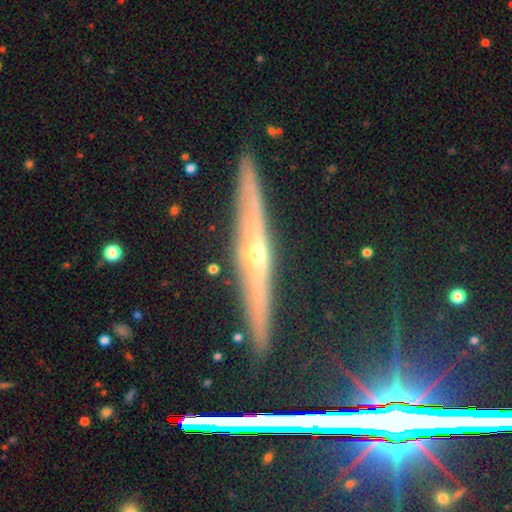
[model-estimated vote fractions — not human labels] smooth-or-featured: featured or disk: 75% | smooth: 13% | star or artifact: 12%
  disk-edge-on: yes: 96% | no: 4%
    edge-on-bulge: rounded: 80% | none: 17% | boxy: 4%
  merging: none: 88% | minor disturbance: 9% | major disturbance: 2% | merger: 1%